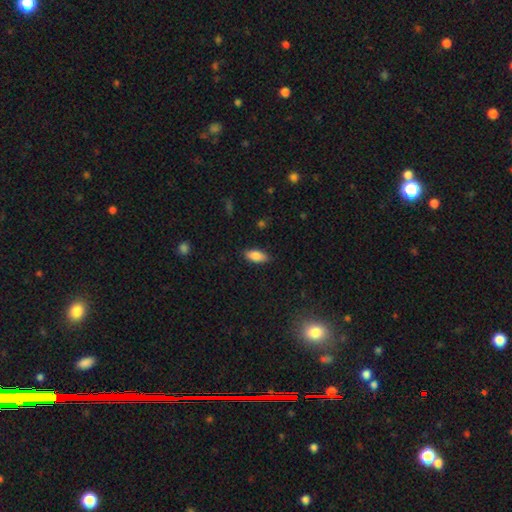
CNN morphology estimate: Q: Smooth or featured?
A: smooth (86%); runner-up: star or artifact (7%)
Q: How rounded?
A: in between (85%); runner-up: cigar-shaped (12%)
Q: Merging?
A: none (85%); runner-up: minor disturbance (12%)